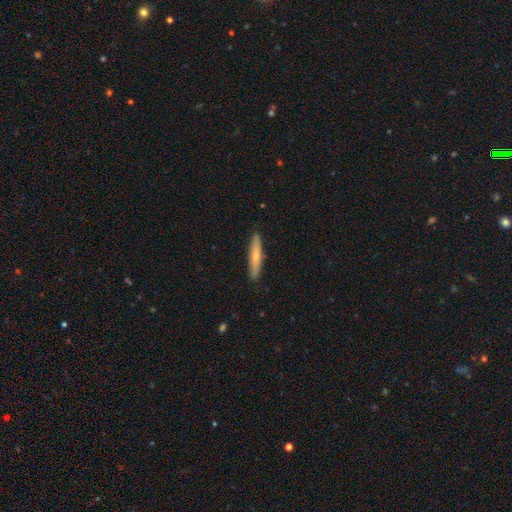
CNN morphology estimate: The model was most divided on "smooth or featured": smooth: 62%, featured or disk: 33%, star or artifact: 5%. More confident: how rounded — cigar-shaped (90%); merging — none (89%).